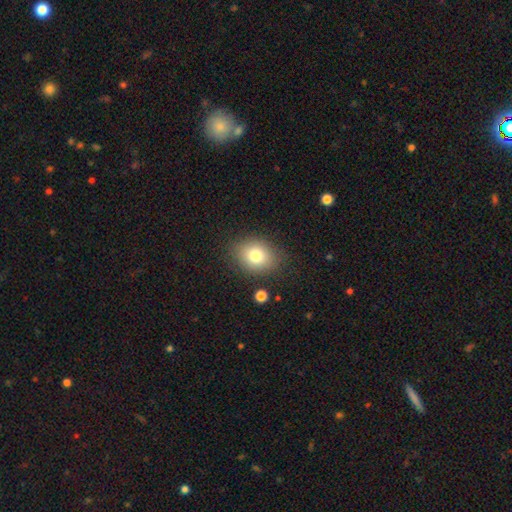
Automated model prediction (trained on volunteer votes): Smooth or featured: smooth — 79% (star or artifact — 11%)
How rounded: in between — 52% (round — 47%)
Merging: none — 82% (minor disturbance — 12%)